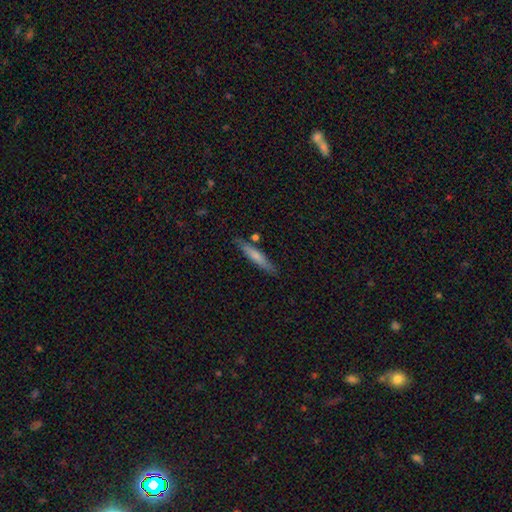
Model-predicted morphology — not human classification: smooth_or_featured: smooth (p=0.64) [alt: featured or disk p=0.30]
how_rounded: cigar-shaped (p=0.90) [alt: in between p=0.09]
merging: none (p=0.81) [alt: minor disturbance p=0.13]